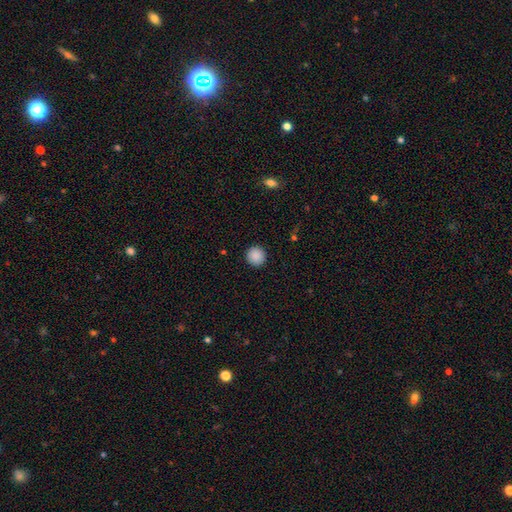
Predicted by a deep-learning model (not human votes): This is clearly a smooth galaxy (89%). How rounded: clearly round (95%). Merging: clearly none (92%).